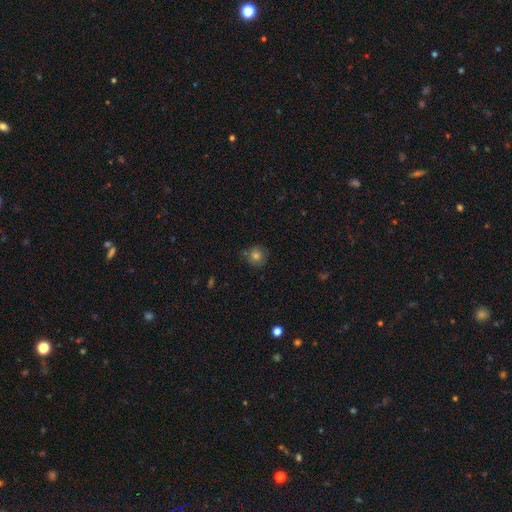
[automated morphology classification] smooth 75%, star or artifact 14%, featured or disk 11%. Down the decision tree: how rounded — round (90%); merging — none (76%).